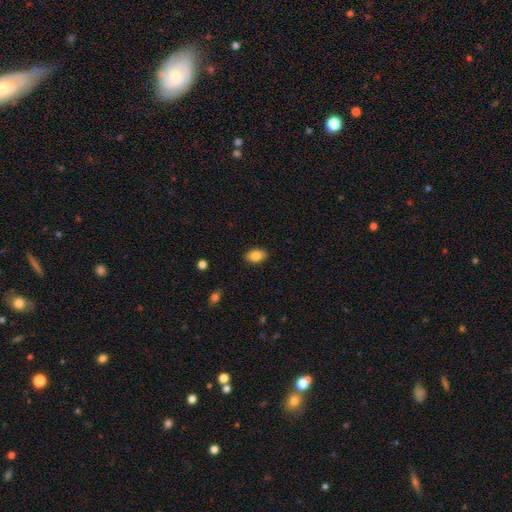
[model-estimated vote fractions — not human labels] smooth 84%, star or artifact 8%, featured or disk 8%. Down the decision tree: how rounded — in between (89%); merging — none (88%).